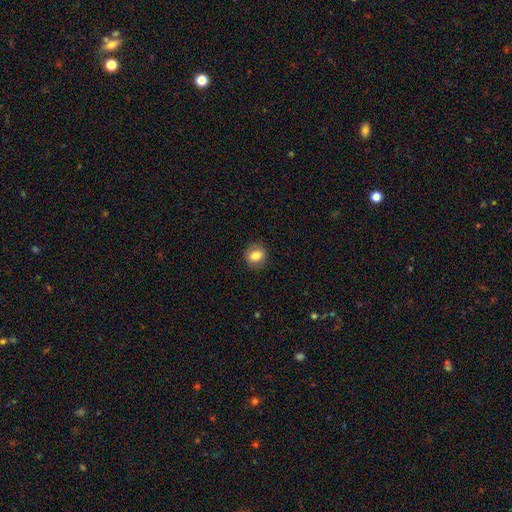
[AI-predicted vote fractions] smooth 82%, featured or disk 9%, star or artifact 9%. Down the decision tree: how rounded — round (68%); merging — none (89%).